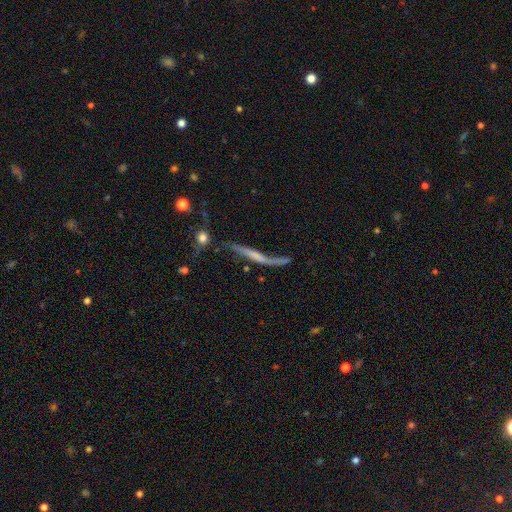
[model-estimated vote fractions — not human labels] Overall: featured or disk (63%; smooth 27%). Edge-on disk: yes (62%; no 38%). Merging: none (37%; major disturbance 28%).